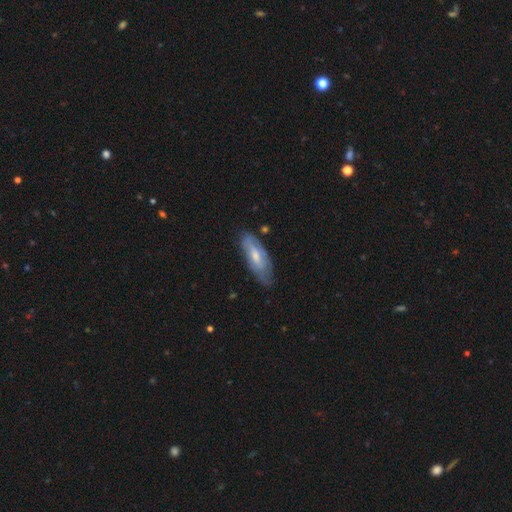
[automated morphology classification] This is possibly a smooth galaxy (49%). Merging: likely none (63%).